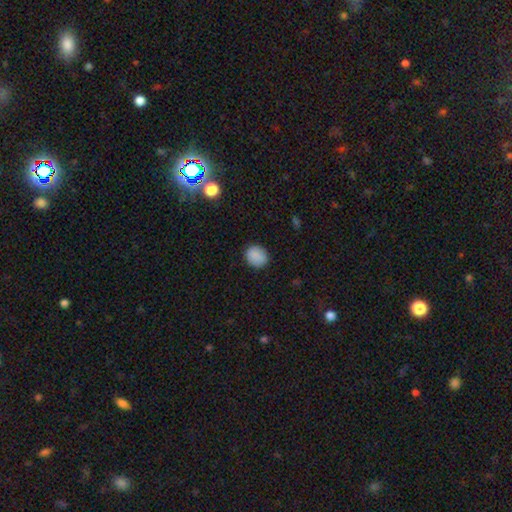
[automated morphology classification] Overall: smooth (88%). How rounded: round (70%). Merging: none (87%).